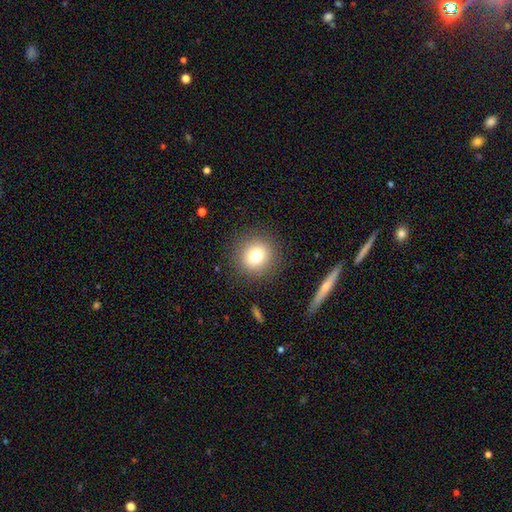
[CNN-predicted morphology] smooth 77%, star or artifact 12%, featured or disk 11%. Down the decision tree: how rounded — round (91%); merging — none (88%).